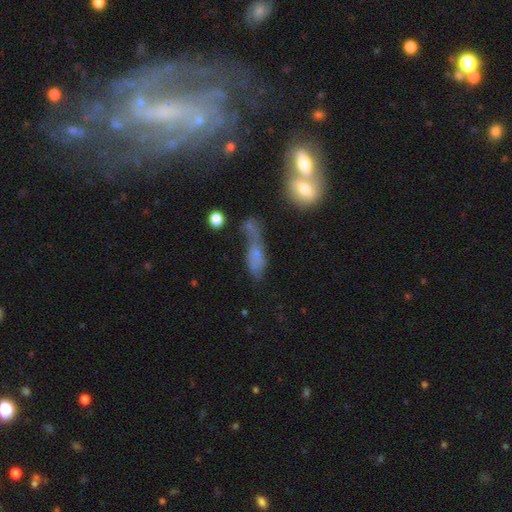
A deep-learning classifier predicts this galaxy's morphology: The model was most divided on "merging": merger: 31%, major disturbance: 29%, none: 23%, minor disturbance: 17%. More confident: how rounded — in between (61%); smooth or featured — smooth (54%).